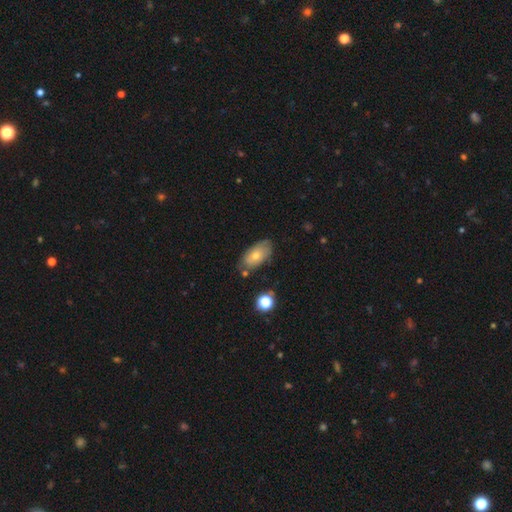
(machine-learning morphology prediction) type=smooth (62%); roundness=in between (91%); merging=none (71%).